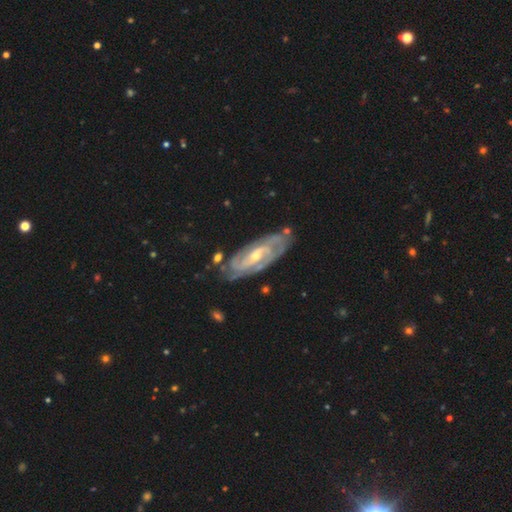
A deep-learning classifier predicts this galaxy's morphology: Smooth or featured?
  - featured or disk: 89% *
  - smooth: 6%
  - star or artifact: 5%
Edge-on disk?
  - no: 93% *
  - yes: 7%
Bar?
  - weak: 41% *
  - no: 36%
  - strong: 23%
Spiral arms?
  - yes: 97% *
  - no: 3%
Spiral winding?
  - tight: 65% *
  - medium: 29%
  - loose: 6%
Spiral arm count?
  - 2: 51% *
  - 3: 18%
  - can't tell: 17%
  - 4: 7%
  - more than 4: 4%
  - 1: 4%
Bulge size?
  - small: 57% *
  - moderate: 40%
  - large: 1%
  - none: 1%
  - dominant: 1%
Merging?
  - none: 74% *
  - minor disturbance: 18%
  - major disturbance: 5%
  - merger: 3%